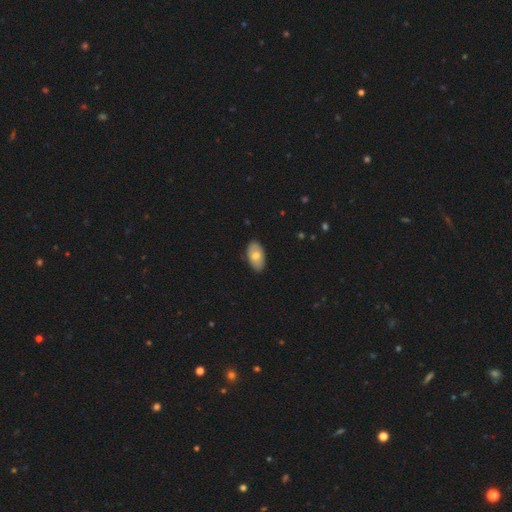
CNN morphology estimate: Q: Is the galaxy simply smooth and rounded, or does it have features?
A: smooth — 68%.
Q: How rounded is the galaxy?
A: in between — 94%.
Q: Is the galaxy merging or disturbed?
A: none — 84%.